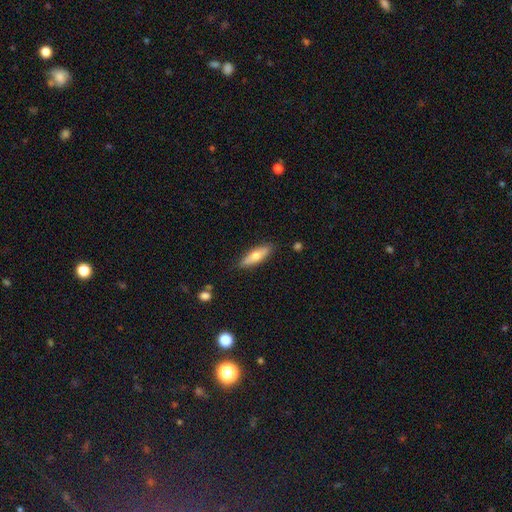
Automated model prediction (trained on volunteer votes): A smooth galaxy with no disk features (61%) that is cigar-shaped (54%). Merging: none (84%).